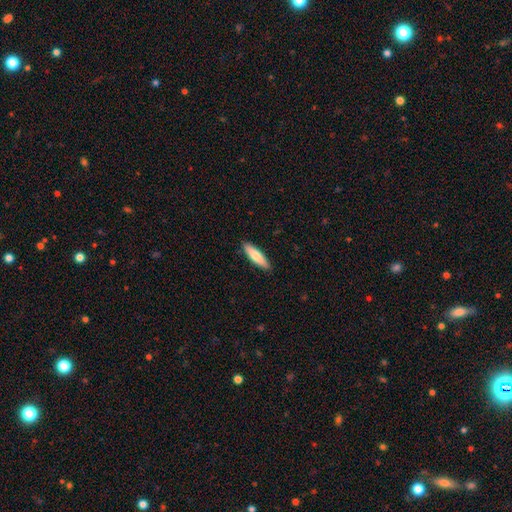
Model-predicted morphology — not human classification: Smooth or featured?
  - smooth: 73% *
  - featured or disk: 21%
  - star or artifact: 5%
How rounded?
  - cigar-shaped: 69% *
  - in between: 30%
  - round: 1%
Merging?
  - none: 89% *
  - minor disturbance: 8%
  - major disturbance: 2%
  - merger: 1%